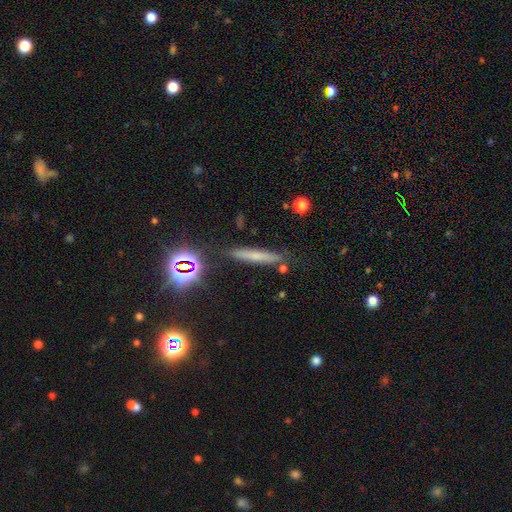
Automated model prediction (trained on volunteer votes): Smooth or featured? Predicted: smooth (p=0.55). How rounded? Predicted: cigar-shaped (p=0.90). Merging? Predicted: none (p=0.83).